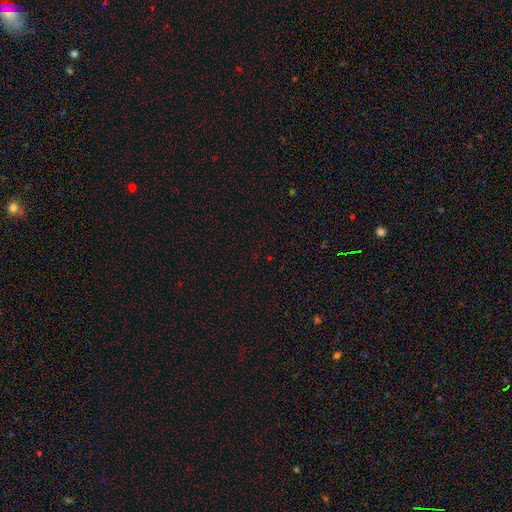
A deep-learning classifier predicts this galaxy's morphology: type=star or artifact (67%).